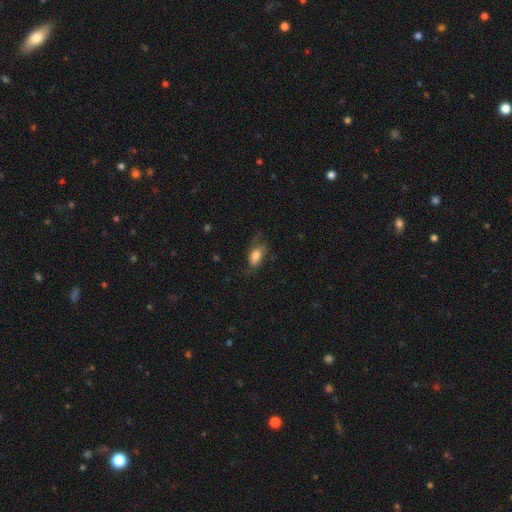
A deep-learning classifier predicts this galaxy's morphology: Overall: smooth (71%). How rounded: in between (86%). Merging: none (51%; minor disturbance 29%).